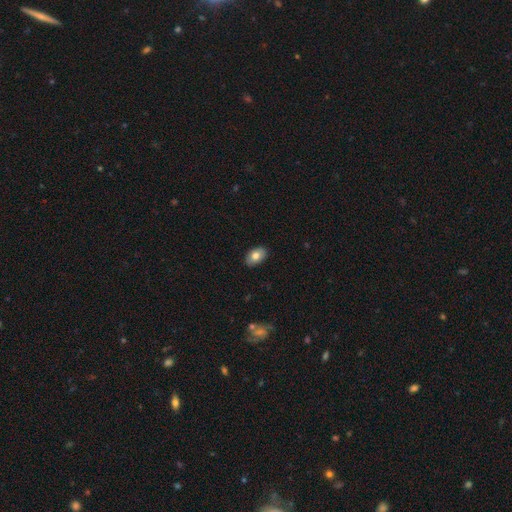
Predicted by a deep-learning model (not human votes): Smooth or featured?
  - smooth: 78% *
  - featured or disk: 15%
  - star or artifact: 7%
How rounded?
  - in between: 90% *
  - round: 9%
  - cigar-shaped: 1%
Merging?
  - none: 88% *
  - minor disturbance: 9%
  - major disturbance: 2%
  - merger: 1%